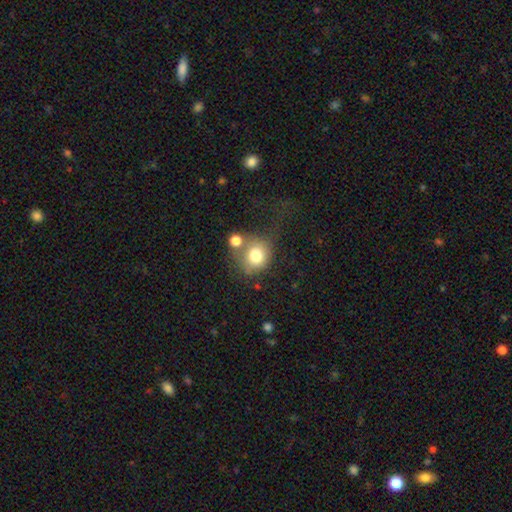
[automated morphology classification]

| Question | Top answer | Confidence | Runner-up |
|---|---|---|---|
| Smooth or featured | smooth | 76% | featured or disk (13%) |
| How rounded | round | 78% | in between (21%) |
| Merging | none | 44% | merger (25%) |